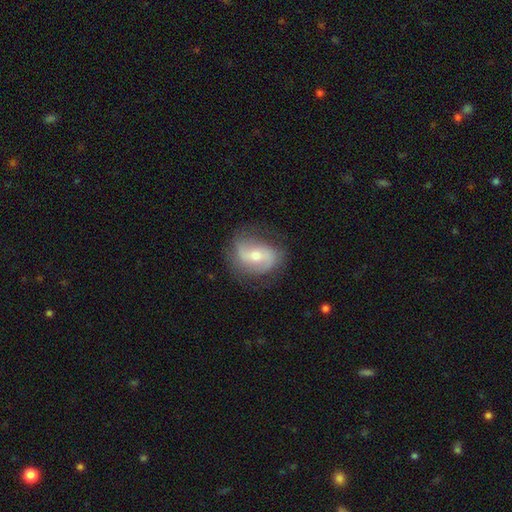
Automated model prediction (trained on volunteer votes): featured or disk 71%, smooth 22%, star or artifact 7%. Down the decision tree: edge-on disk — no (96%); bar — no (40%, tied with weak); spiral arms — yes (88%); spiral arm count — 2 (82%); spiral winding — loose (42%); bulge size — moderate (55%); merging — none (72%).